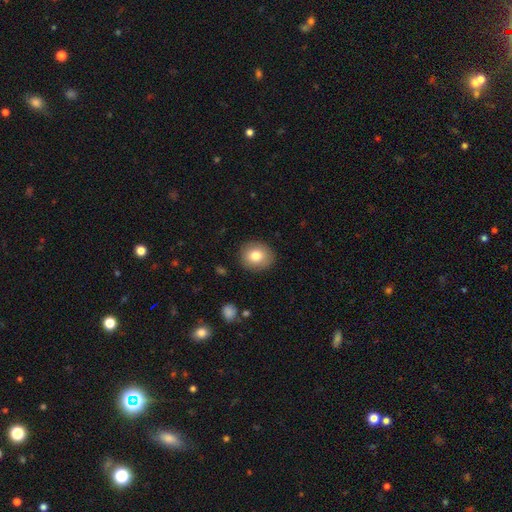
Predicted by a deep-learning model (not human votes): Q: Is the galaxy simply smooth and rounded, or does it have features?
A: smooth — 79%.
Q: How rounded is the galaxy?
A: round — 78%.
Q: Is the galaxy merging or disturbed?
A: none — 89%.